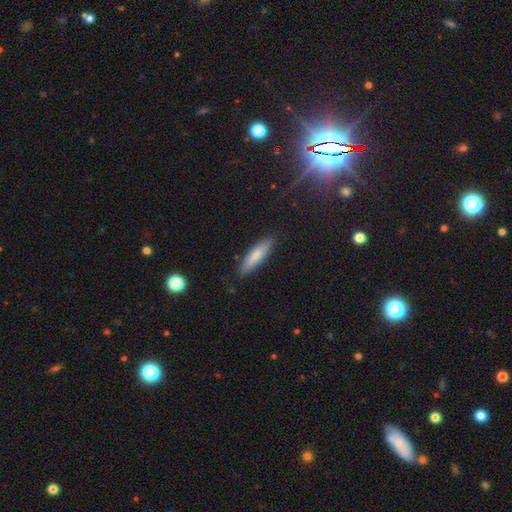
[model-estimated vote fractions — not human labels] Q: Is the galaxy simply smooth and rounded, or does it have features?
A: smooth — 74%.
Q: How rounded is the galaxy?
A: cigar-shaped — 72%.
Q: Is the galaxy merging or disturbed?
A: none — 85%.